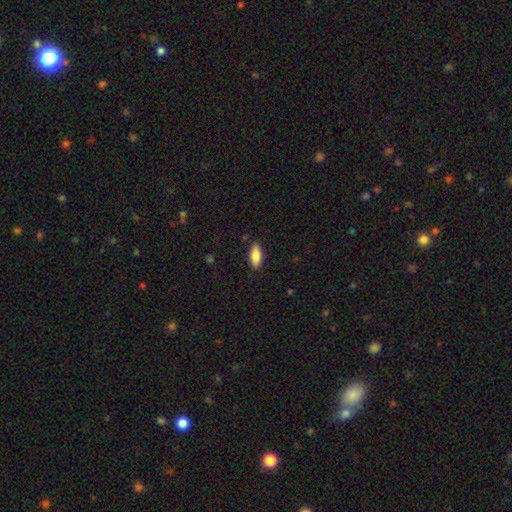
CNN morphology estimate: smooth-or-featured: smooth: 83% | featured or disk: 10% | star or artifact: 6%
  how-rounded: in between: 82% | cigar-shaped: 16% | round: 2%
  merging: none: 86% | minor disturbance: 10% | major disturbance: 2% | merger: 1%